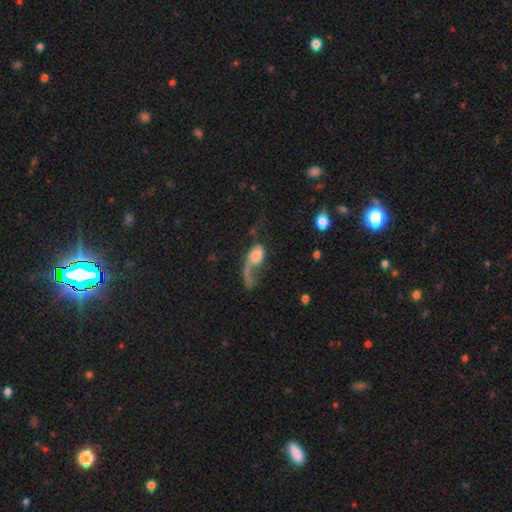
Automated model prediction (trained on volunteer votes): Morphology: type=smooth (47%); merging=major disturbance (58%).